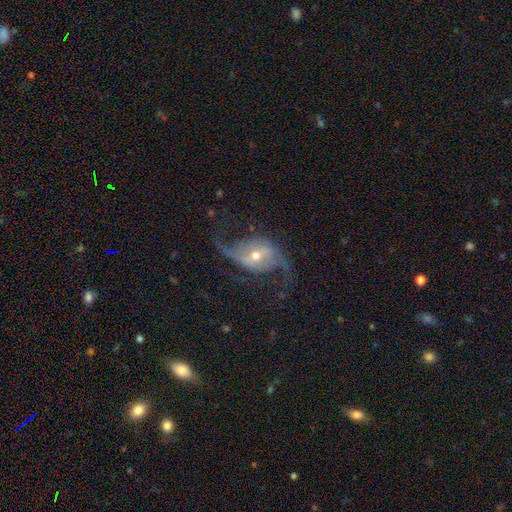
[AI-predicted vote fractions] Smooth or featured?
  - featured or disk: 89% *
  - star or artifact: 6%
  - smooth: 5%
Edge-on disk?
  - no: 96% *
  - yes: 4%
Bar?
  - weak: 41% *
  - no: 33%
  - strong: 26%
Spiral arms?
  - yes: 97% *
  - no: 3%
Spiral winding?
  - loose: 78% *
  - medium: 18%
  - tight: 4%
Spiral arm count?
  - 2: 93% *
  - can't tell: 2%
  - 1: 2%
  - 3: 1%
  - 4: 1%
  - more than 4: 1%
Bulge size?
  - moderate: 54% *
  - small: 41%
  - large: 3%
  - none: 1%
  - dominant: 1%
Merging?
  - none: 71% *
  - minor disturbance: 15%
  - major disturbance: 12%
  - merger: 2%